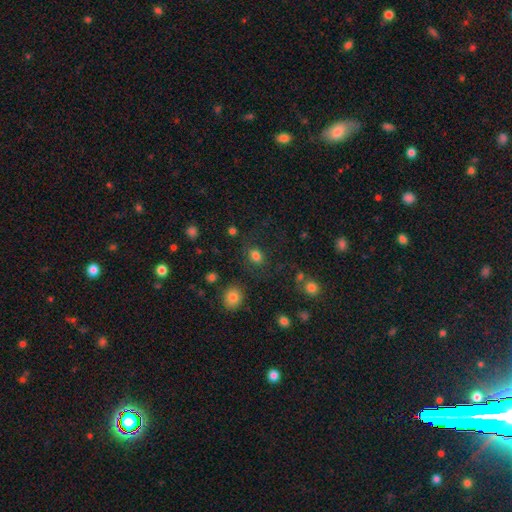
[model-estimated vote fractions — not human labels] Morphology: type=smooth (80%); roundness=in between (58%); merging=none (74%).